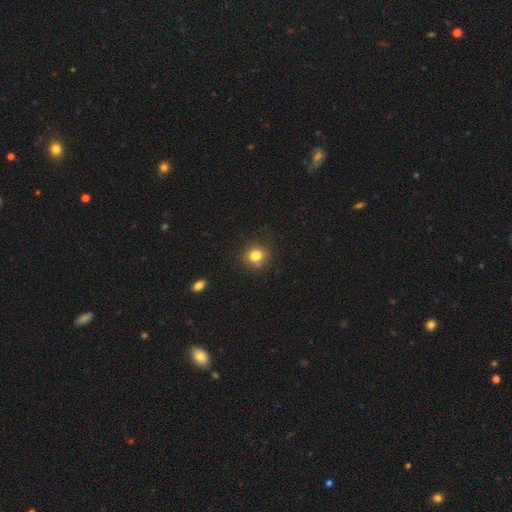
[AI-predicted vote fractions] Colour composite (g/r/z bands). It shows a smooth galaxy with no disk features (81%) that is round (88%). Merging: none (82%).